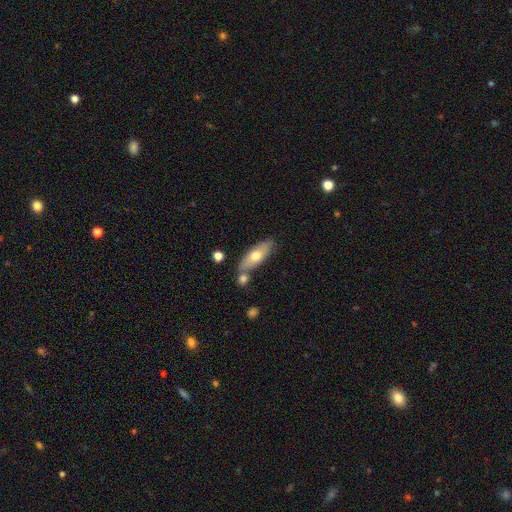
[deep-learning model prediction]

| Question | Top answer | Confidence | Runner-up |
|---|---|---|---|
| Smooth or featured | smooth | 62% | featured or disk (32%) |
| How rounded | in between | 61% | cigar-shaped (36%) |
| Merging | none | 67% | merger (16%) |